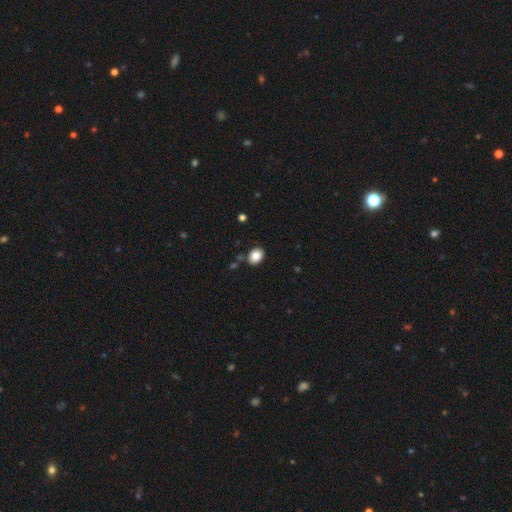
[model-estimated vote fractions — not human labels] Q: Smooth or featured?
A: smooth (86%); runner-up: star or artifact (9%)
Q: How rounded?
A: in between (62%); runner-up: round (37%)
Q: Merging?
A: none (84%); runner-up: minor disturbance (10%)